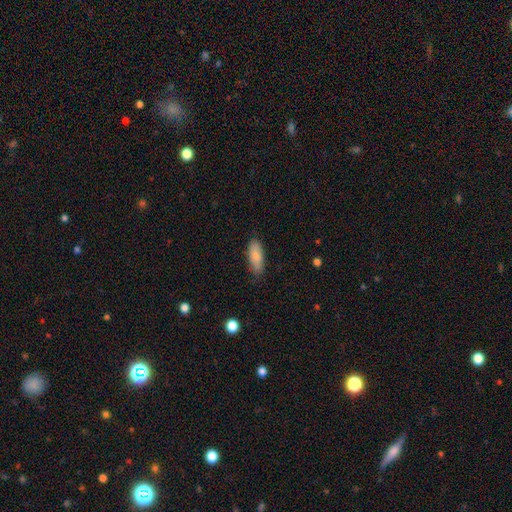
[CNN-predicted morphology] type=smooth (85%); roundness=in between (72%); merging=none (80%).